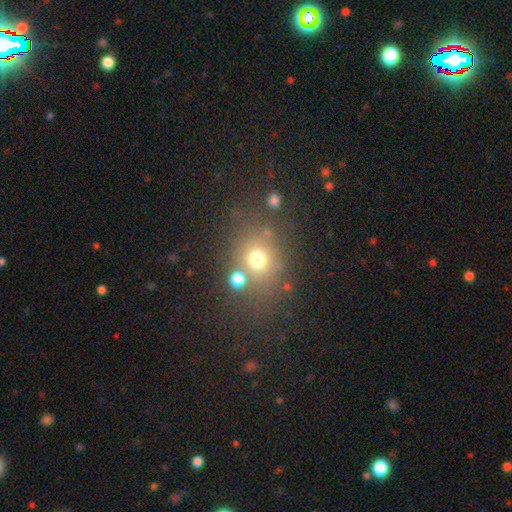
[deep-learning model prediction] Smooth or featured? smooth (62%)
How rounded? round (64%)
Merging? none (69%)